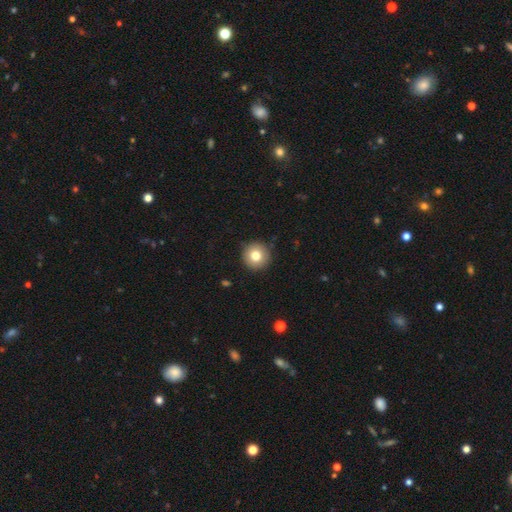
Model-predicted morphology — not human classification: smooth-or-featured: smooth: 79% | featured or disk: 11% | star or artifact: 10%
  how-rounded: round: 96% | in between: 3% | cigar-shaped: 1%
  merging: none: 91% | minor disturbance: 7% | major disturbance: 2% | merger: 1%